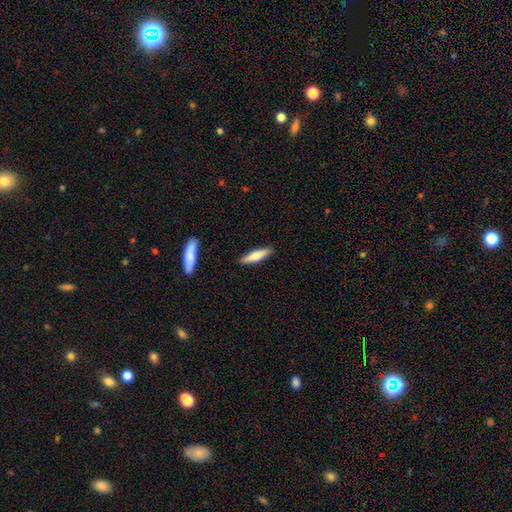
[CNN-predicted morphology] Smooth or featured?
  - smooth: 71% *
  - featured or disk: 23%
  - star or artifact: 6%
How rounded?
  - cigar-shaped: 77% *
  - in between: 22%
  - round: 1%
Merging?
  - none: 87% *
  - minor disturbance: 9%
  - merger: 2%
  - major disturbance: 2%